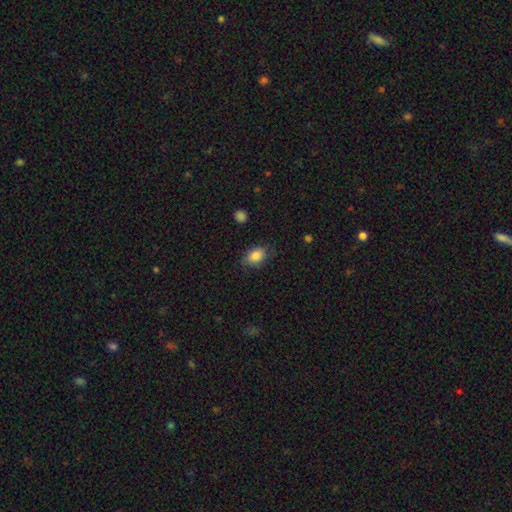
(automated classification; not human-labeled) smooth-or-featured: smooth: 86% | star or artifact: 8% | featured or disk: 7%
  how-rounded: in between: 82% | round: 17% | cigar-shaped: 2%
  merging: none: 74% | minor disturbance: 20% | major disturbance: 5% | merger: 1%